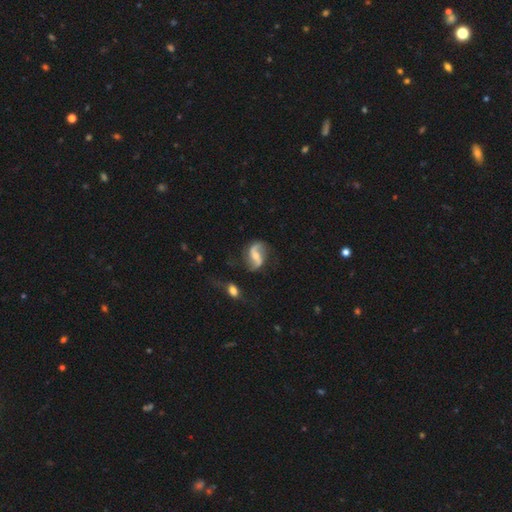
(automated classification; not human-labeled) This is clearly a featured or disk galaxy (86%). It is clearly not viewed edge-on (97%). Bar: marginally weak (39%). Spiral arm pattern: clearly yes (96%). Spiral arm count: clearly 2 (93%). Spiral winding: likely loose (69%). Central bulge: possibly moderate (50%). Merging: likely none (74%).